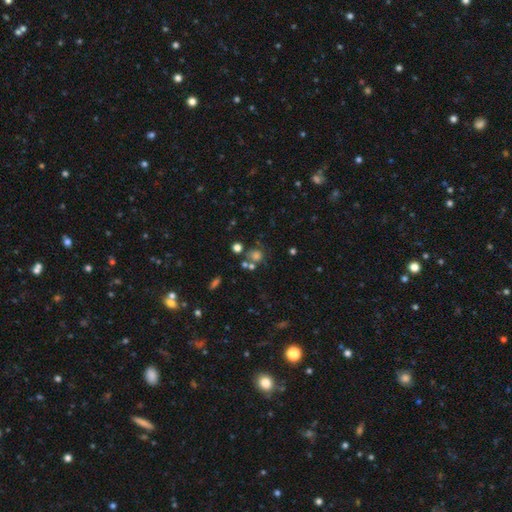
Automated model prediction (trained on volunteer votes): Q: Smooth or featured?
A: smooth (63%); runner-up: star or artifact (25%)
Q: How rounded?
A: round (82%); runner-up: in between (17%)
Q: Merging?
A: none (59%); runner-up: merger (22%)